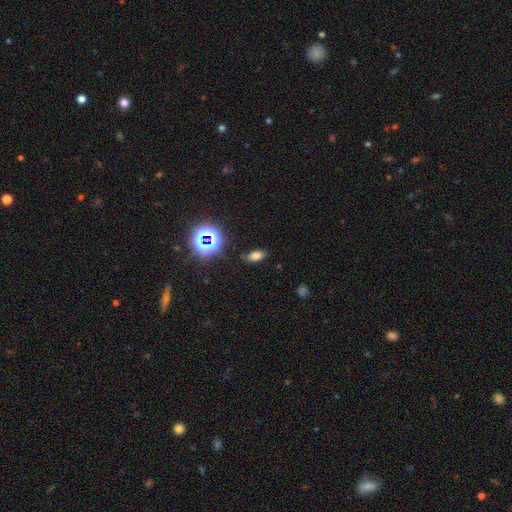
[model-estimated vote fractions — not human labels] Overall: smooth (69%). How rounded: in between (85%). Merging: none (83%).